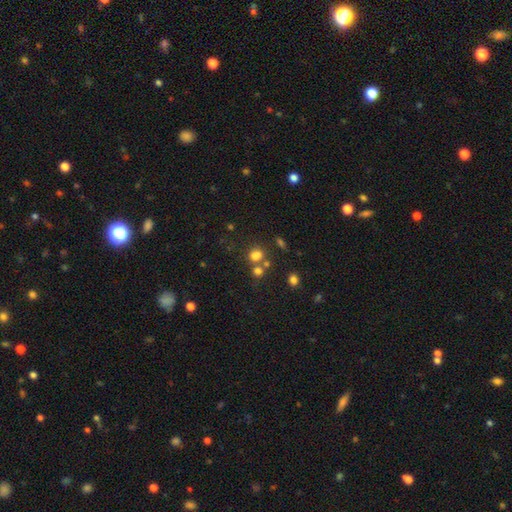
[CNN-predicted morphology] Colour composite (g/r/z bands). It shows a smooth galaxy with no disk features (69%) that is round (60%). Merging: none (48%).